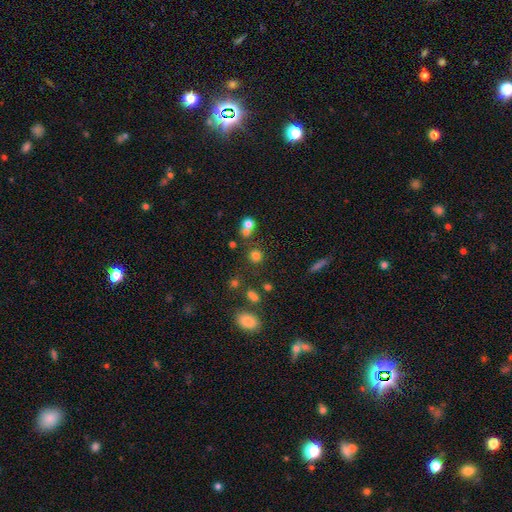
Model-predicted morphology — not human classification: Q: Smooth or featured?
A: smooth (73%); runner-up: star or artifact (19%)
Q: How rounded?
A: round (87%); runner-up: in between (11%)
Q: Merging?
A: none (69%); runner-up: merger (18%)